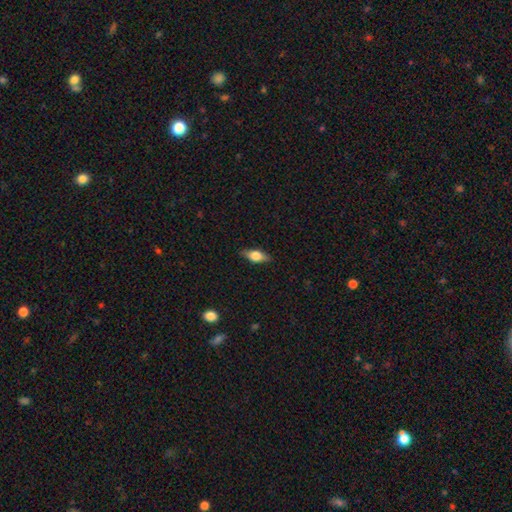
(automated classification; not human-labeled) This appears to be a smooth galaxy with no disk features (59%) that is in between round and cigar-shaped (73%). Merging: none (85%).